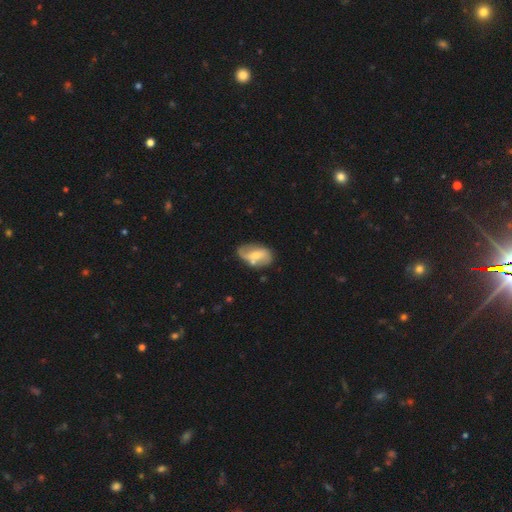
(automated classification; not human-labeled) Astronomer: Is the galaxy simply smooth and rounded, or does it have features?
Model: featured or disk — 56% (runner-up: smooth, 37%).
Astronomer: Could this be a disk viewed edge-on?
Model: no — 94%.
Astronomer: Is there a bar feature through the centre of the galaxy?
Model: no — 44% (runner-up: weak, 38%).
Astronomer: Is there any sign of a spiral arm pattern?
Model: yes — 68%.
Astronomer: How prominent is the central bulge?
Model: moderate — 48% (runner-up: small, 45%).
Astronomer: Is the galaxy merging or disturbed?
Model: none — 53%.